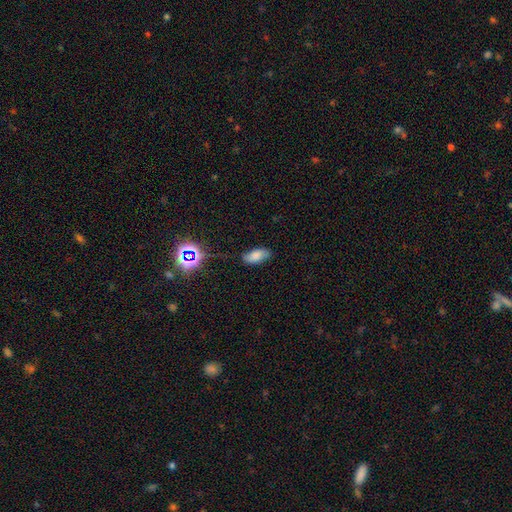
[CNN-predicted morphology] smooth 73%, star or artifact 14%, featured or disk 13%. Down the decision tree: how rounded — in between (89%); merging — none (75%).